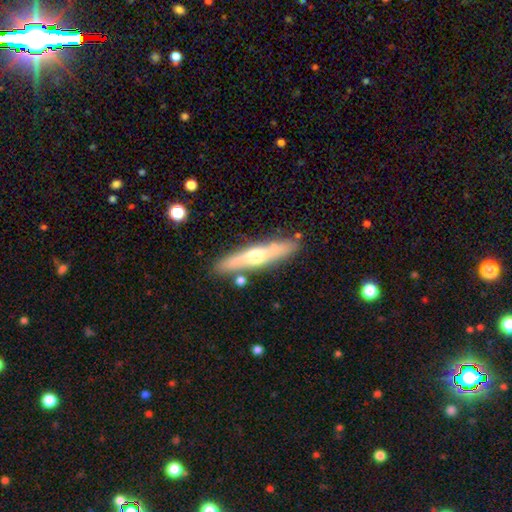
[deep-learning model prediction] Smooth or featured?
  - featured or disk: 53% *
  - smooth: 41%
  - star or artifact: 6%
Edge-on disk?
  - yes: 89% *
  - no: 11%
Merging?
  - none: 81% *
  - minor disturbance: 11%
  - merger: 5%
  - major disturbance: 2%